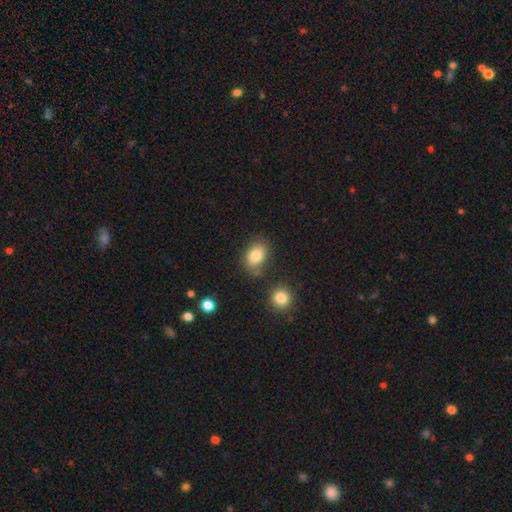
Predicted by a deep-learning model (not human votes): Smooth or featured: smooth — 83% (star or artifact — 9%)
How rounded: in between — 78% (round — 21%)
Merging: none — 71% (minor disturbance — 15%)